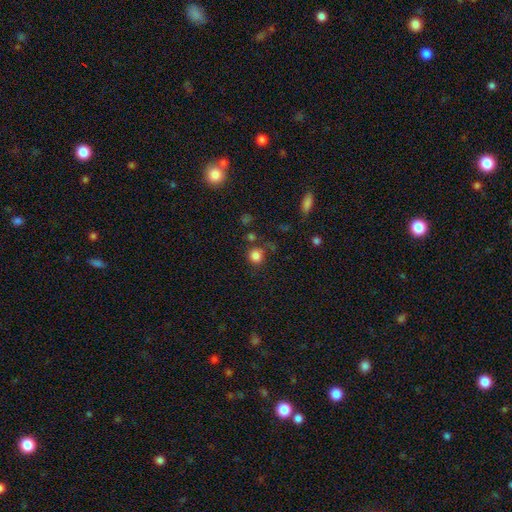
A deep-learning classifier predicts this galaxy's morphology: Smooth or featured: smooth — 83% (star or artifact — 12%)
How rounded: round — 90% (in between — 9%)
Merging: none — 76% (minor disturbance — 11%)